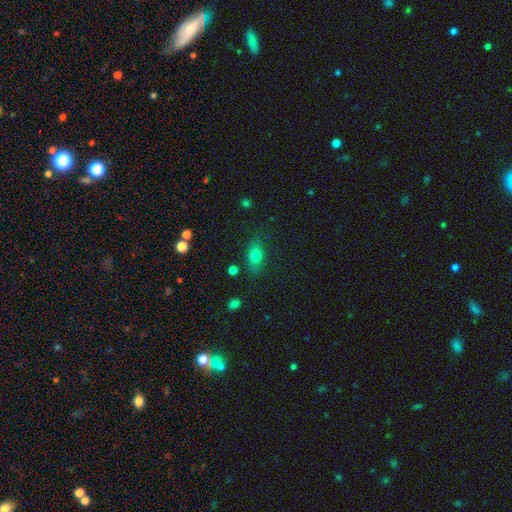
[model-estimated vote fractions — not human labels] Overall: smooth (75%). How rounded: in between (78%). Merging: none (77%).